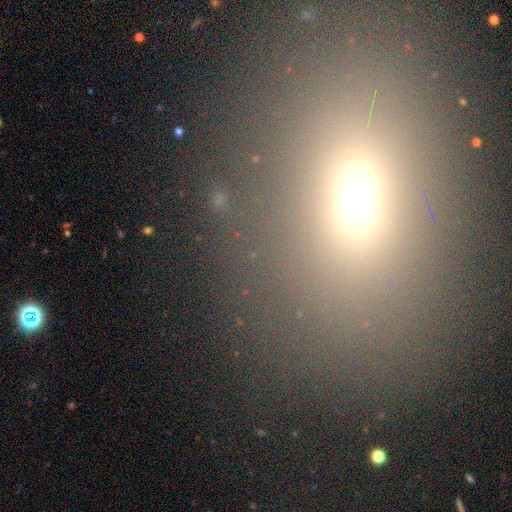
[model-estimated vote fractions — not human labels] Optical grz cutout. It shows a smooth galaxy with no disk features (57%) that is in between round and cigar-shaped (62%). Merging: none (80%).